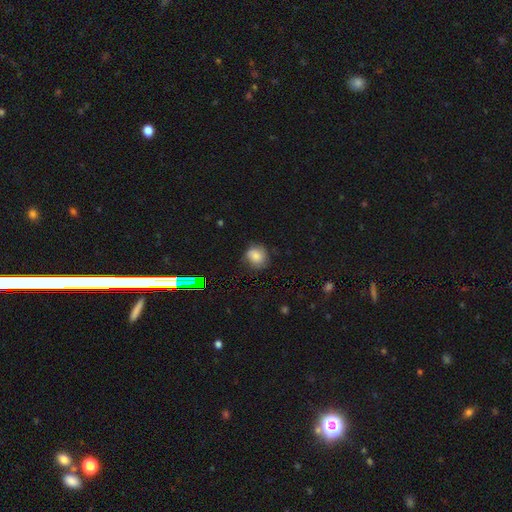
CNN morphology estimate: This is likely a smooth galaxy (72%). How rounded: likely round (76%). Merging: likely none (70%).